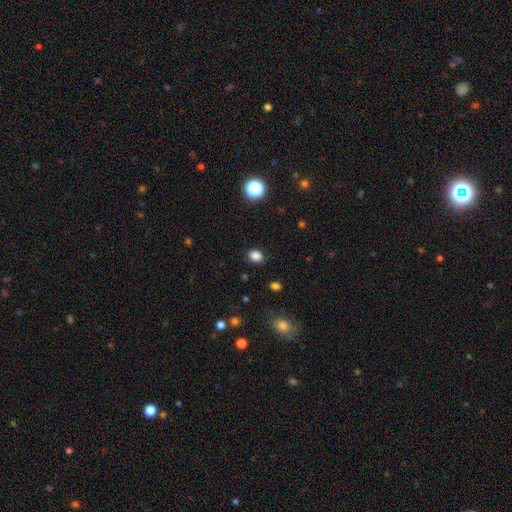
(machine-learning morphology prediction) The model was most divided on "how rounded": in between: 50%, round: 49%, cigar-shaped: 1%. More confident: merging — none (86%); smooth or featured — smooth (83%).